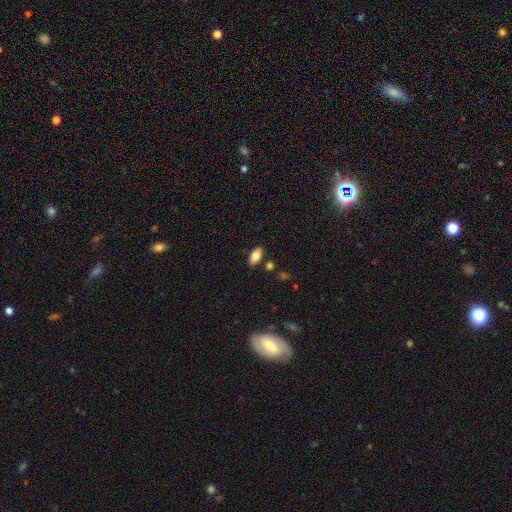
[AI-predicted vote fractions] smooth 81%, featured or disk 11%, star or artifact 8%. Down the decision tree: how rounded — in between (90%); merging — none (85%).